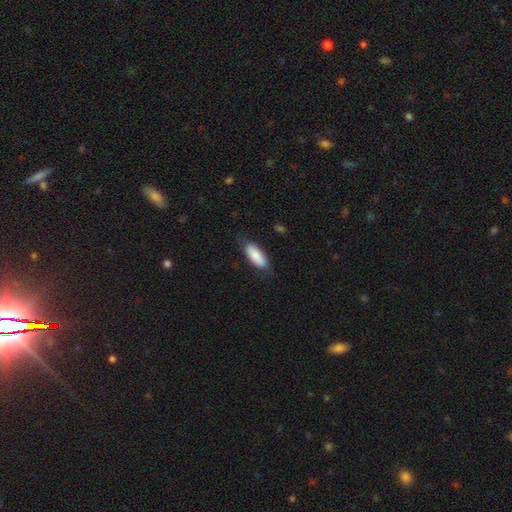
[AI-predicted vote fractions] A smooth galaxy with no disk features (85%) that is in between round and cigar-shaped (77%).

Vote fractions:
- Smooth or featured? smooth: 85% / featured or disk: 9% / star or artifact: 6%
- How rounded? in between: 77% / cigar-shaped: 22% / round: 2%
- Merging? none: 79% / minor disturbance: 17% / major disturbance: 3% / merger: 1%